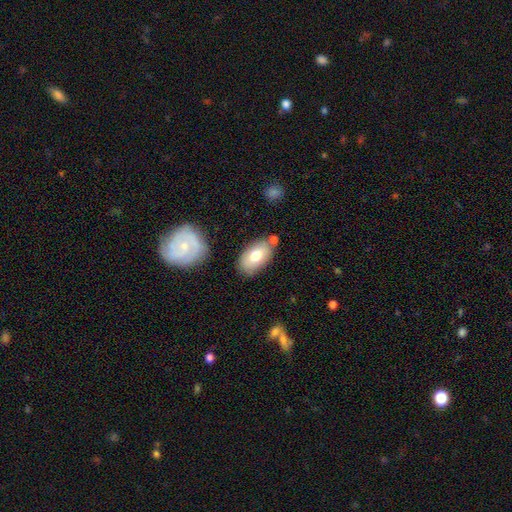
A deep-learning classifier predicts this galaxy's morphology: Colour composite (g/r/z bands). It shows a smooth galaxy with no disk features (74%) that is in between round and cigar-shaped (93%). Merging: none (74%).